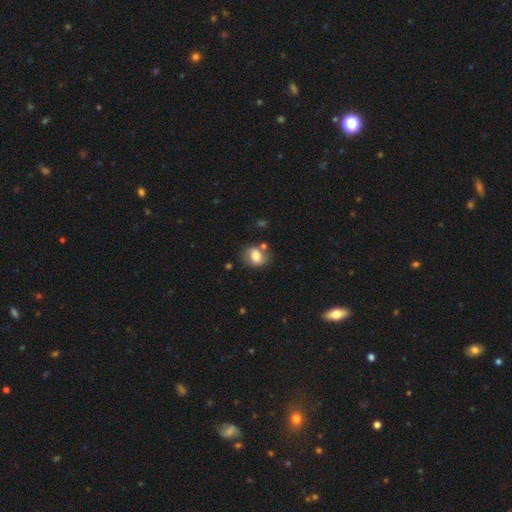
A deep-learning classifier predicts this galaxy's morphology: smooth 74%, featured or disk 17%, star or artifact 9%. Down the decision tree: how rounded — round (50%); merging — none (65%).